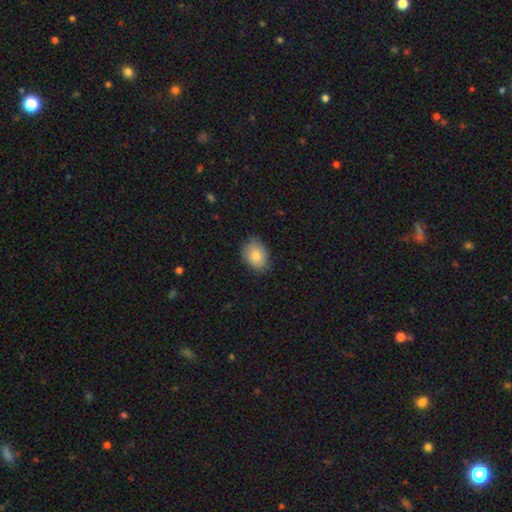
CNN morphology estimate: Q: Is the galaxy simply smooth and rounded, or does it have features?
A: smooth — 82%.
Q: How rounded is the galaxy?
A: in between — 74%.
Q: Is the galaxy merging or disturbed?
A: none — 79%.